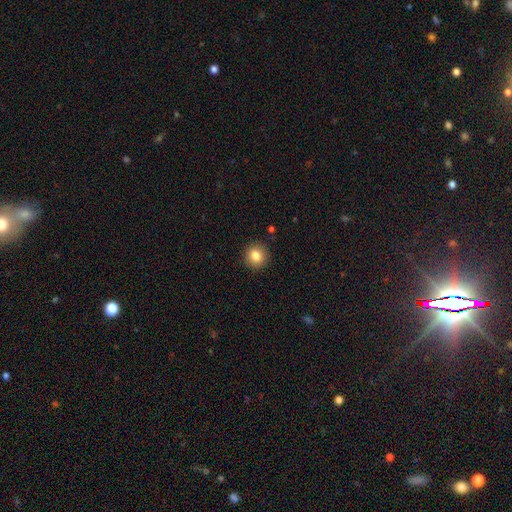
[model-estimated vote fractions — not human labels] This is clearly a smooth galaxy (84%). How rounded: clearly round (90%). Merging: clearly none (91%).